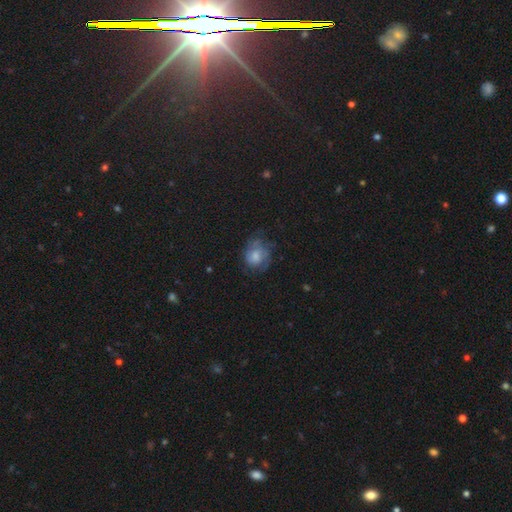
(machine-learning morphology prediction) A smooth galaxy with no disk features (49%).

Vote fractions:
- Smooth or featured? smooth: 49% / featured or disk: 41% / star or artifact: 10%
- Merging? none: 52% / minor disturbance: 26% / major disturbance: 20% / merger: 2%